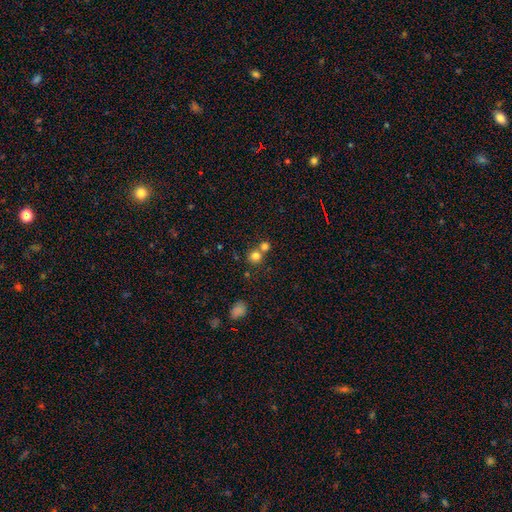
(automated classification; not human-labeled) A smooth galaxy with no disk features (79%) that is round (89%).

Vote fractions:
- Smooth or featured? smooth: 79% / star or artifact: 13% / featured or disk: 8%
- How rounded? round: 89% / in between: 11% / cigar-shaped: 1%
- Merging? none: 52% / merger: 39% / minor disturbance: 6% / major disturbance: 2%